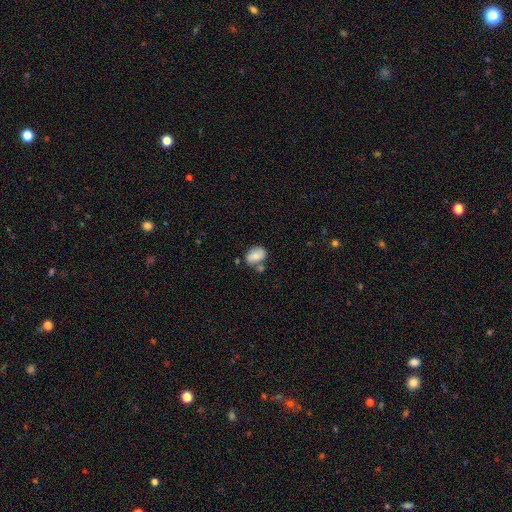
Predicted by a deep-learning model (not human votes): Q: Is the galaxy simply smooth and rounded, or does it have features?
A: smooth — 62%.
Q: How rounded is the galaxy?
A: in between — 71%.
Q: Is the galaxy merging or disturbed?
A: none — 52%.